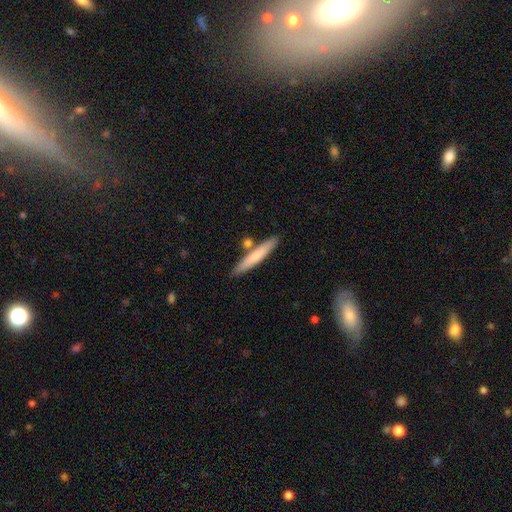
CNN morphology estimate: Overall: smooth (70%). How rounded: cigar-shaped (94%). Merging: none (81%).